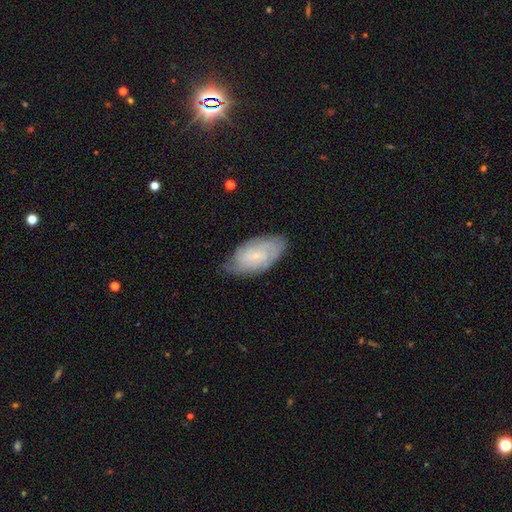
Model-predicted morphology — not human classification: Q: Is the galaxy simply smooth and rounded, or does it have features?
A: featured or disk — 63%.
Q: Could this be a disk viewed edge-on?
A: no — 94%.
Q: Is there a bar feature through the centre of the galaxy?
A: no — 72%.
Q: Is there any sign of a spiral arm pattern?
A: yes — 89%.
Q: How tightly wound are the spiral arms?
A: tight — 64%.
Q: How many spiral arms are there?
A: can't tell — 51%.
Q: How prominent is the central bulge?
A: small — 81%.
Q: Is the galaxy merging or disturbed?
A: none — 71%.